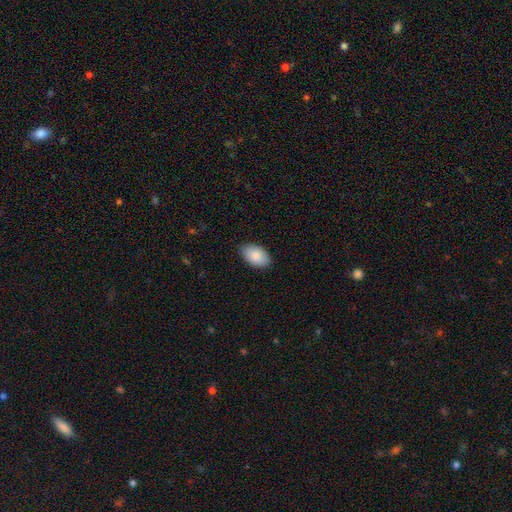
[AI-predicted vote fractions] Morphology: type=smooth (85%); roundness=in between (93%); merging=none (86%).